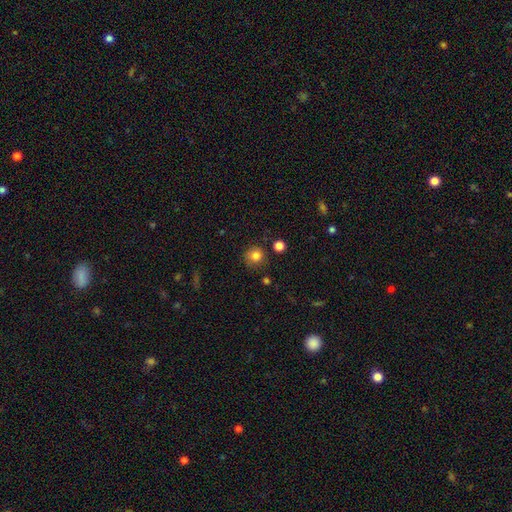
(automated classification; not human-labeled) smooth-or-featured: smooth: 81% | star or artifact: 12% | featured or disk: 6%
  how-rounded: round: 91% | in between: 8% | cigar-shaped: 1%
  merging: none: 80% | minor disturbance: 13% | merger: 4% | major disturbance: 3%